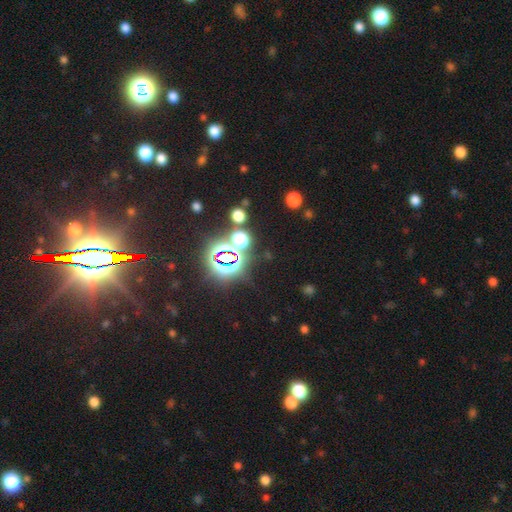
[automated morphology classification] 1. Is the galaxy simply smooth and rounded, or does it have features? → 82% star or artifact, 10% smooth, 8% featured or disk.